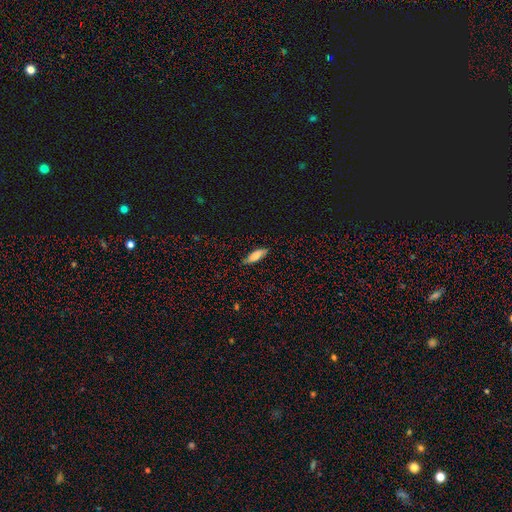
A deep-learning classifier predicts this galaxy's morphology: The model was most divided on "how rounded": in between: 56%, cigar-shaped: 42%, round: 2%. More confident: merging — none (80%); smooth or featured — smooth (76%).